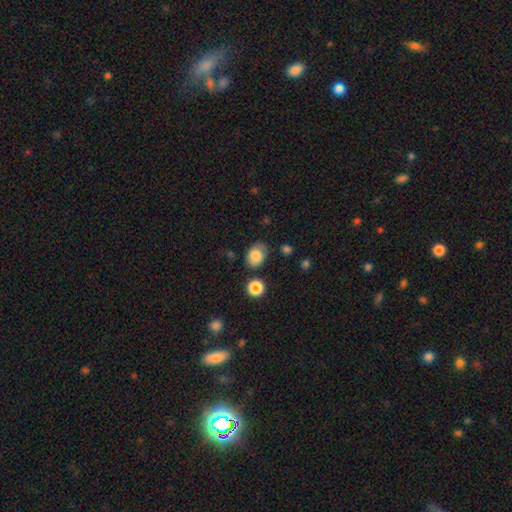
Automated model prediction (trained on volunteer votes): smooth-or-featured: smooth: 82% | featured or disk: 9% | star or artifact: 9%
  how-rounded: in between: 68% | round: 31% | cigar-shaped: 1%
  merging: none: 67% | minor disturbance: 23% | major disturbance: 6% | merger: 4%